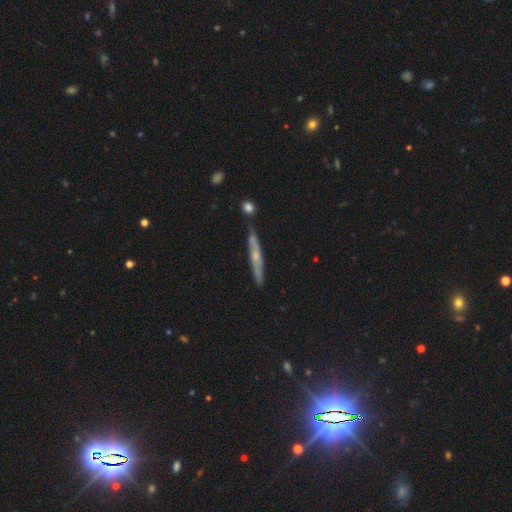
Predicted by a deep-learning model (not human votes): A featured or disk galaxy (58%) viewed edge-on (91%) with a rounded central bulge (58%). Merging: none (81%).